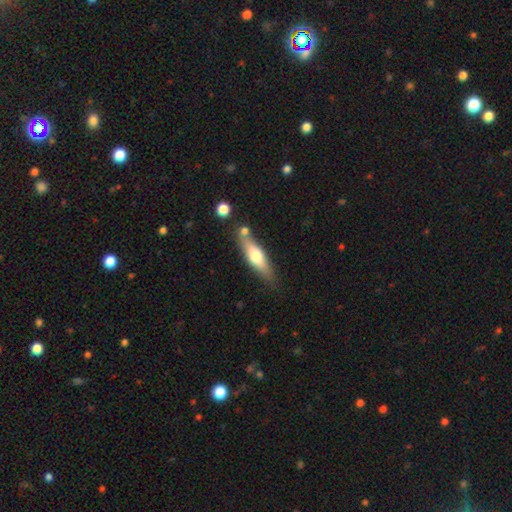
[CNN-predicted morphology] A smooth galaxy with no disk features (52%) that is cigar-shaped (64%). Merging: none (70%).